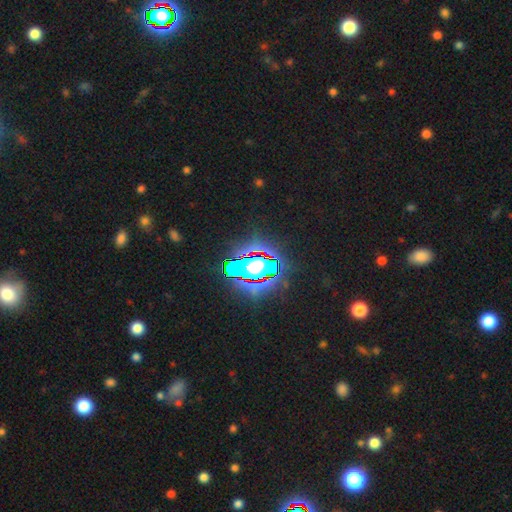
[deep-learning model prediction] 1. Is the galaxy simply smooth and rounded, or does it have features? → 73% star or artifact, 15% smooth, 12% featured or disk.